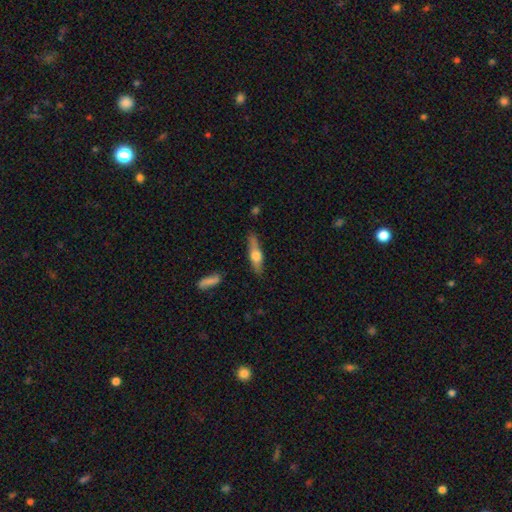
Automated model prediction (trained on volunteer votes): Smooth or featured?
  - featured or disk: 49% *
  - smooth: 46%
  - star or artifact: 6%
Merging?
  - none: 81% *
  - minor disturbance: 14%
  - major disturbance: 3%
  - merger: 3%